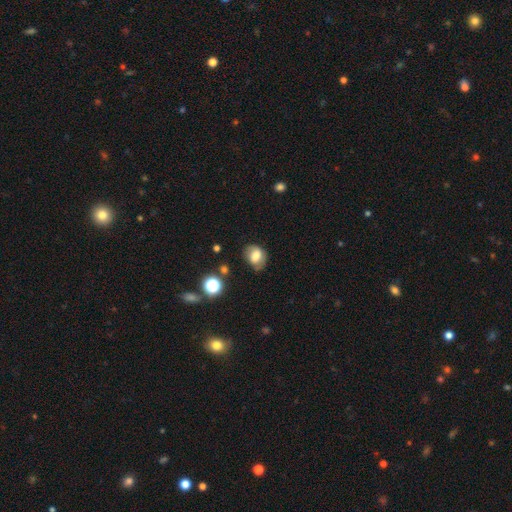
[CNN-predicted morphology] This appears to be a smooth galaxy with no disk features (74%) that is in between round and cigar-shaped (56%). Merging: none (64%).